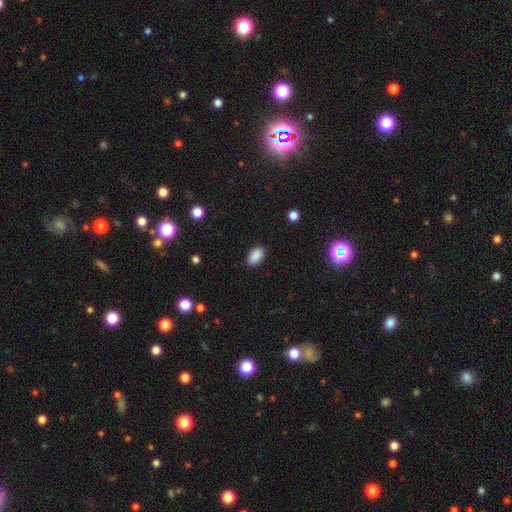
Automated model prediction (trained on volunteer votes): Smooth or featured: smooth — 89% (star or artifact — 8%)
How rounded: in between — 93% (round — 6%)
Merging: none — 88% (minor disturbance — 9%)